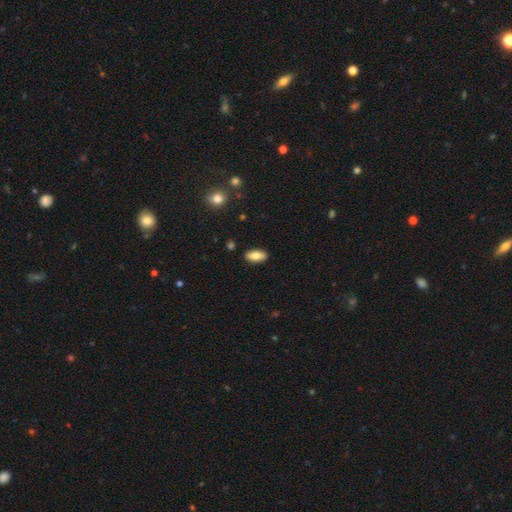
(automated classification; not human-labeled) smooth-or-featured: smooth: 78% | featured or disk: 15% | star or artifact: 7%
  how-rounded: in between: 84% | cigar-shaped: 13% | round: 3%
  merging: none: 88% | minor disturbance: 9% | major disturbance: 2% | merger: 1%